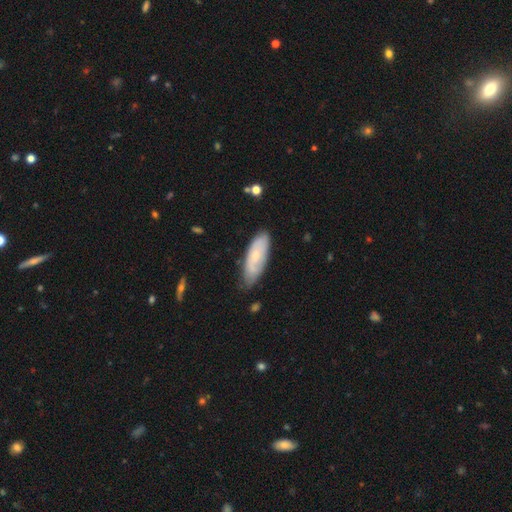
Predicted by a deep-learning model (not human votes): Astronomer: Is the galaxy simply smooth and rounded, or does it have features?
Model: smooth — 55% (runner-up: featured or disk, 39%).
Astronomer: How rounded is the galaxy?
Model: in between — 71%.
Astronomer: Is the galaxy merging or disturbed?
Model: none — 69%.